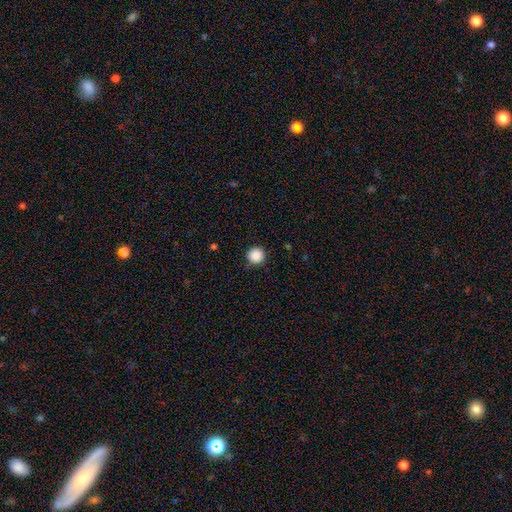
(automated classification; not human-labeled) Smooth or featured? smooth (89%)
How rounded? round (96%)
Merging? none (89%)